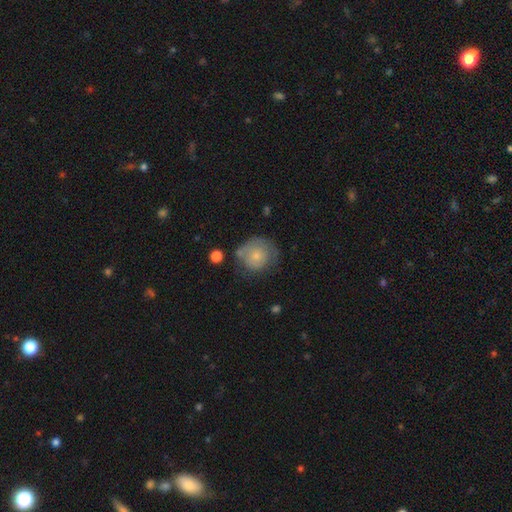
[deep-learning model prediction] Morphology: type=smooth (65%); roundness=round (84%); merging=none (51%).